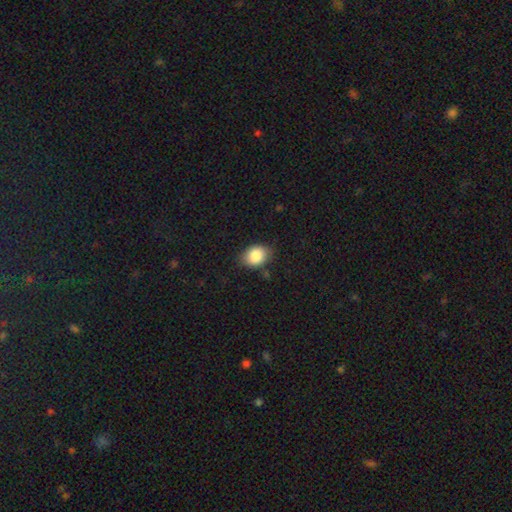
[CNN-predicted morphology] A smooth galaxy with no disk features (86%) that is in between round and cigar-shaped (67%). Merging: none (78%).